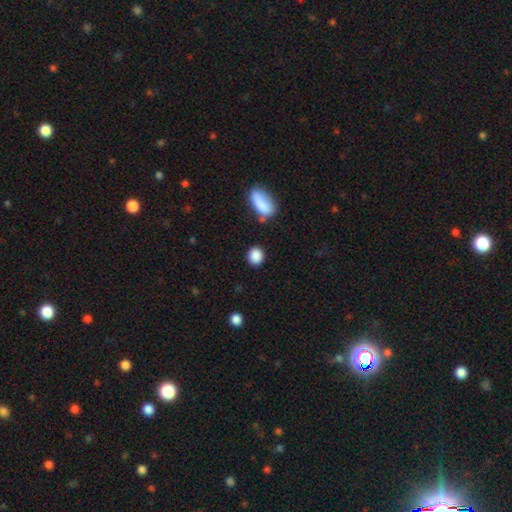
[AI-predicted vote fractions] This is clearly a smooth galaxy (88%). How rounded: likely round (76%). Merging: clearly none (83%).